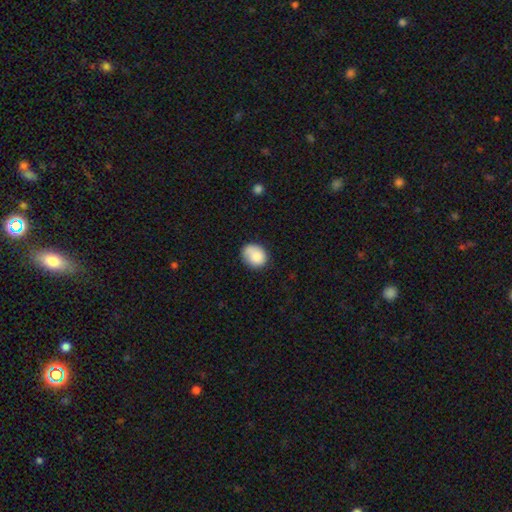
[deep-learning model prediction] The model was most divided on "how rounded": round: 58%, in between: 41%, cigar-shaped: 1%. More confident: smooth or featured — smooth (82%); merging — none (66%).